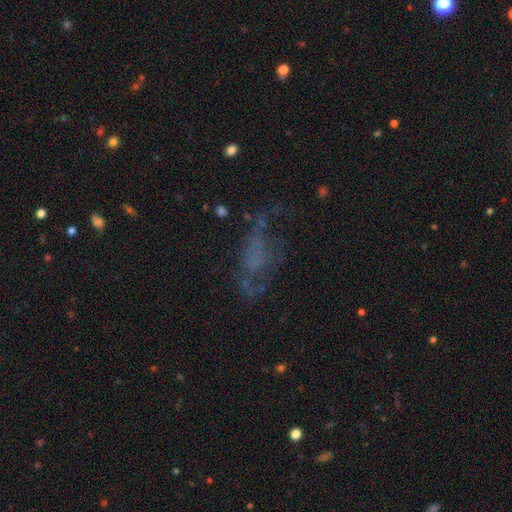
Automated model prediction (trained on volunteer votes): Smooth or featured? Predicted: featured or disk (p=0.48). Merging? Predicted: none (p=0.41).